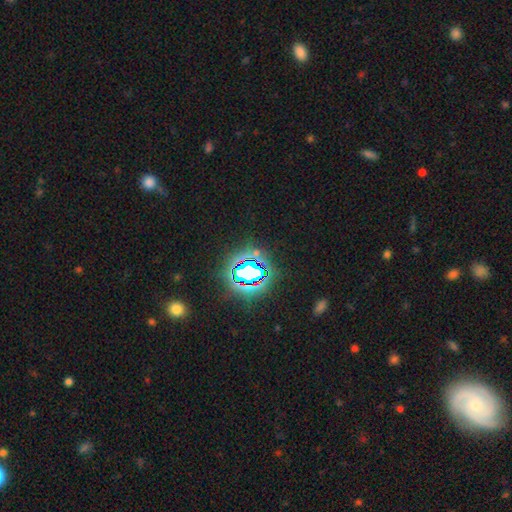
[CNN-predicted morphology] A star or artifact, not a galaxy (76%).

Vote fractions:
- Smooth or featured? star or artifact: 76% / smooth: 14% / featured or disk: 9%